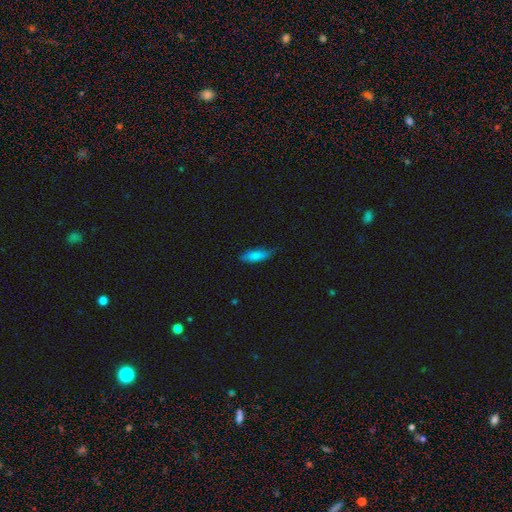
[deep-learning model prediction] Morphology: type=smooth (83%); roundness=in between (61%); merging=none (70%).